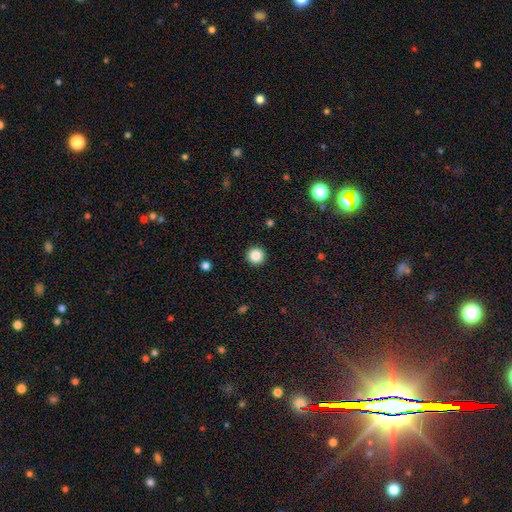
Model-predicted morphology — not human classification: This is clearly a smooth galaxy (86%). How rounded: clearly round (96%). Merging: clearly none (93%).